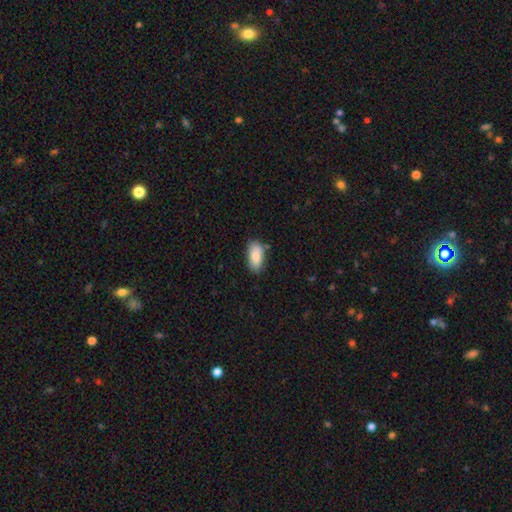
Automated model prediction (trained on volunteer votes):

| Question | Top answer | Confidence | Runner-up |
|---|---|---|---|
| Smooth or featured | smooth | 86% | featured or disk (7%) |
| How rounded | in between | 91% | cigar-shaped (6%) |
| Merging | none | 77% | minor disturbance (17%) |